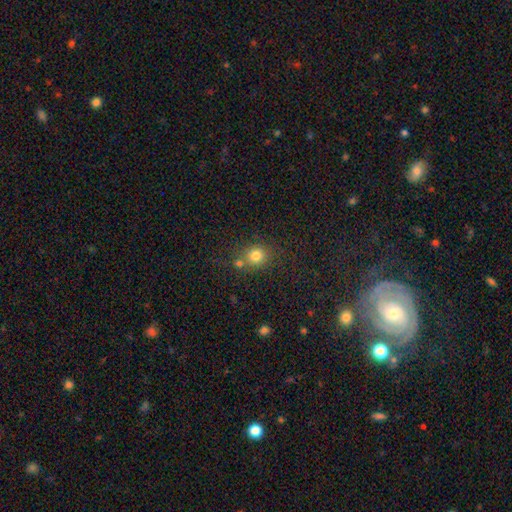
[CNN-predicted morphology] smooth-or-featured: smooth: 79% | star or artifact: 14% | featured or disk: 8%
  how-rounded: round: 81% | in between: 18% | cigar-shaped: 1%
  merging: none: 64% | merger: 22% | minor disturbance: 10% | major disturbance: 4%